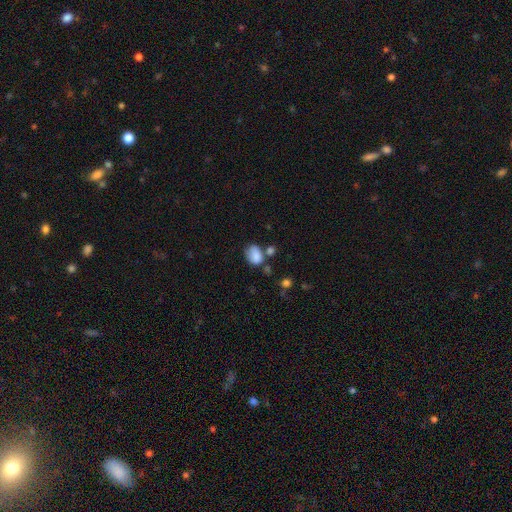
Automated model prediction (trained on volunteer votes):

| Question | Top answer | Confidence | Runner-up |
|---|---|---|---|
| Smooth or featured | smooth | 81% | featured or disk (10%) |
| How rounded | in between | 72% | round (27%) |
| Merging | none | 42% | minor disturbance (27%) |